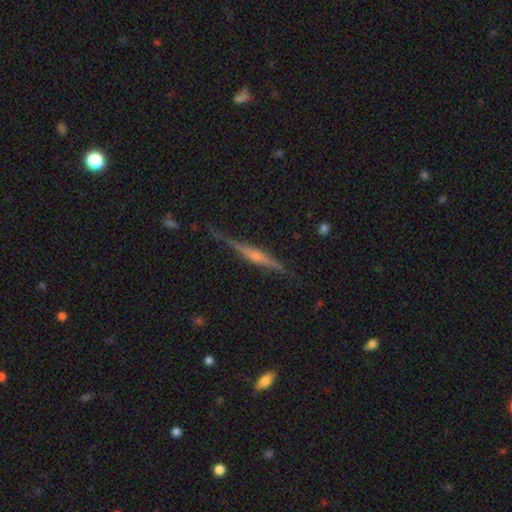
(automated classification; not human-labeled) smooth_or_featured: featured or disk (p=0.77) [alt: smooth p=0.16]
disk_edge_on: yes (p=0.97) [alt: no p=0.03]
edge_on_bulge: rounded (p=0.70) [alt: none p=0.16]
merging: none (p=0.81) [alt: minor disturbance p=0.14]